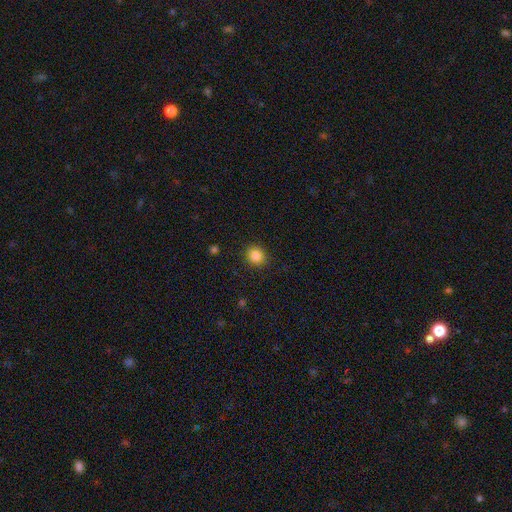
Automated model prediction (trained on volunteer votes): Overall: smooth (85%). How rounded: round (85%). Merging: none (88%).